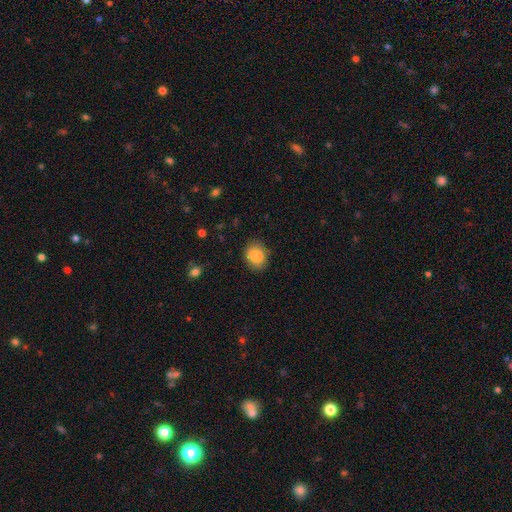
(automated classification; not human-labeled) Smooth or featured?
  - smooth: 84% *
  - star or artifact: 8%
  - featured or disk: 8%
How rounded?
  - in between: 51% *
  - round: 48%
  - cigar-shaped: 1%
Merging?
  - none: 75% *
  - minor disturbance: 17%
  - major disturbance: 4%
  - merger: 4%